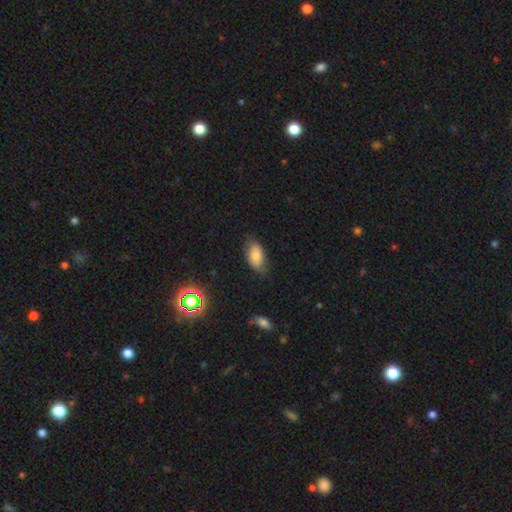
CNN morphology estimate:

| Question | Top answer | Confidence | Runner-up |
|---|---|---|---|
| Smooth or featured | smooth | 77% | featured or disk (14%) |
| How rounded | in between | 93% | round (4%) |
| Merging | none | 62% | minor disturbance (29%) |